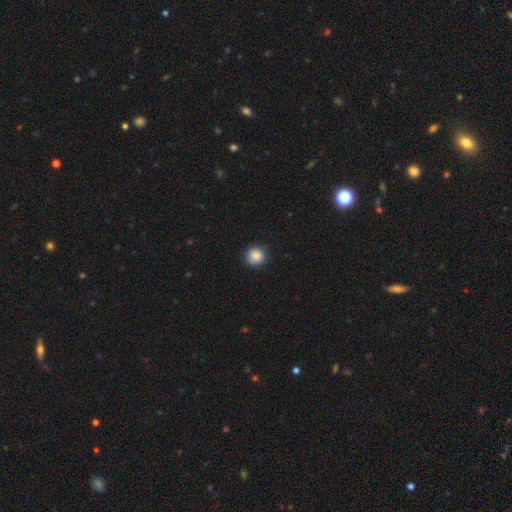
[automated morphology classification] Smooth or featured? smooth (87%)
How rounded? round (89%)
Merging? none (87%)